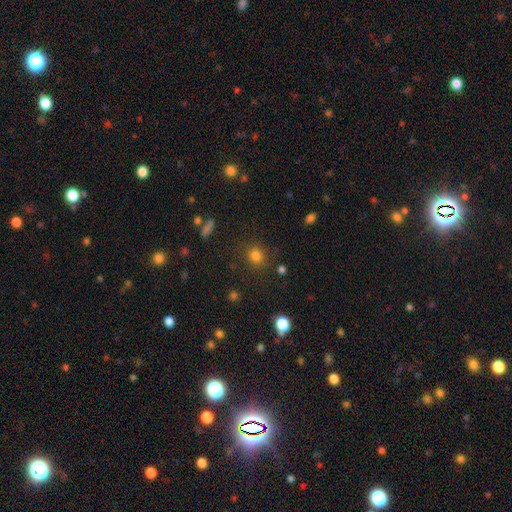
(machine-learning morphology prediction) Smooth or featured? Predicted: smooth (p=0.80). How rounded? Predicted: round (p=0.79). Merging? Predicted: none (p=0.83).